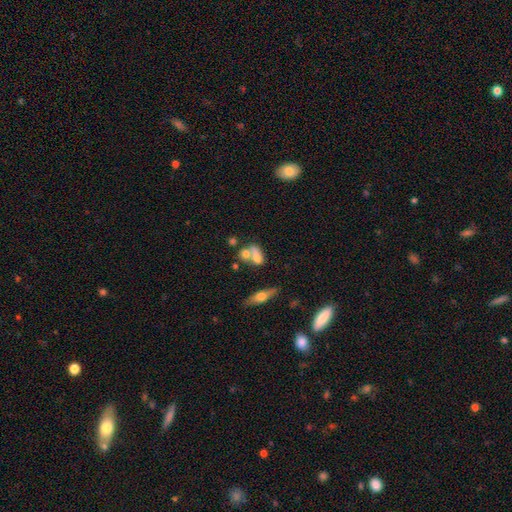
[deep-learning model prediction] Smooth or featured? Predicted: smooth (p=0.66). How rounded? Predicted: in between (p=0.63). Merging? Predicted: merger (p=0.46).